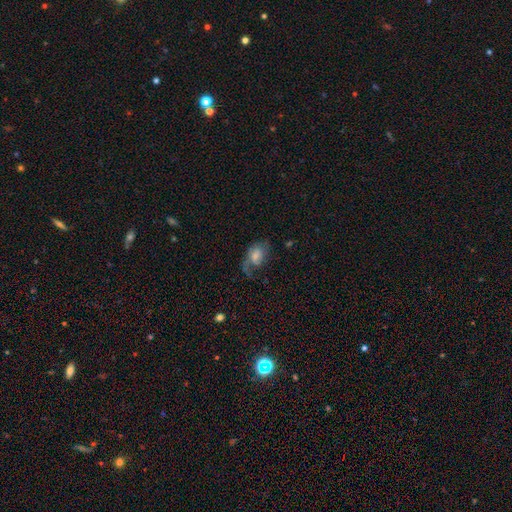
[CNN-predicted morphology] This is possibly a smooth galaxy (47%). Merging: marginally none (36%, tied with major disturbance).